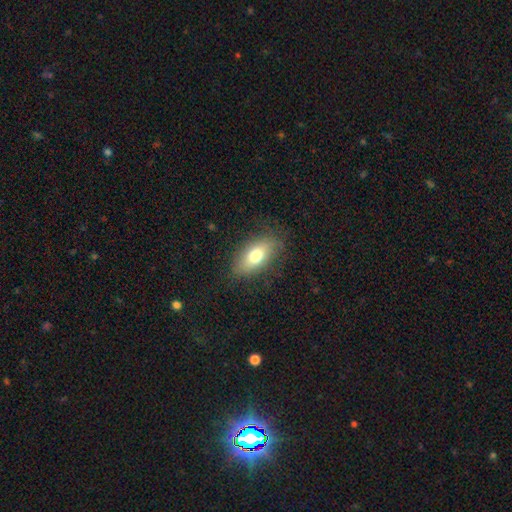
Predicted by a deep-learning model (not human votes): smooth_or_featured: smooth (p=0.73) [alt: featured or disk p=0.18]
how_rounded: in between (p=0.85) [alt: cigar-shaped p=0.09]
merging: none (p=0.81) [alt: minor disturbance p=0.14]